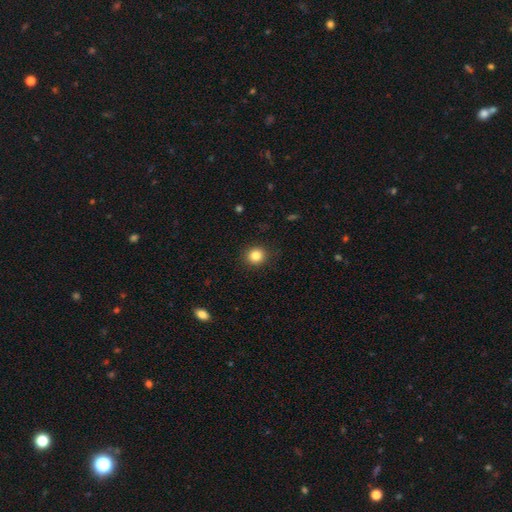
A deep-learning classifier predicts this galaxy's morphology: Smooth or featured?
  - smooth: 84% *
  - star or artifact: 11%
  - featured or disk: 5%
How rounded?
  - round: 86% *
  - in between: 13%
  - cigar-shaped: 1%
Merging?
  - none: 90% *
  - minor disturbance: 7%
  - major disturbance: 2%
  - merger: 1%